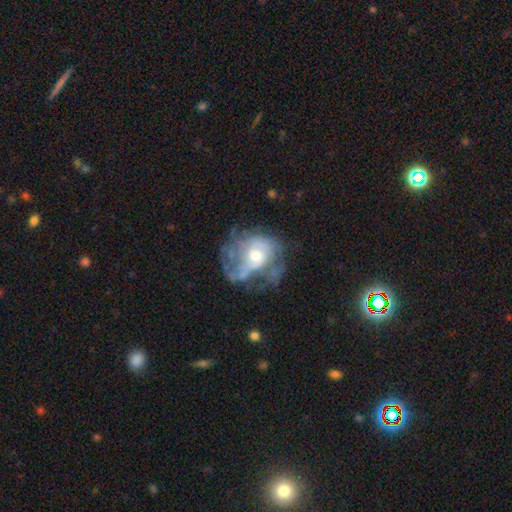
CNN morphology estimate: A featured or disk galaxy (73%) with no bar (76%), spiral arms (67%) and a moderate central bulge (63%). Merging: none (41%).